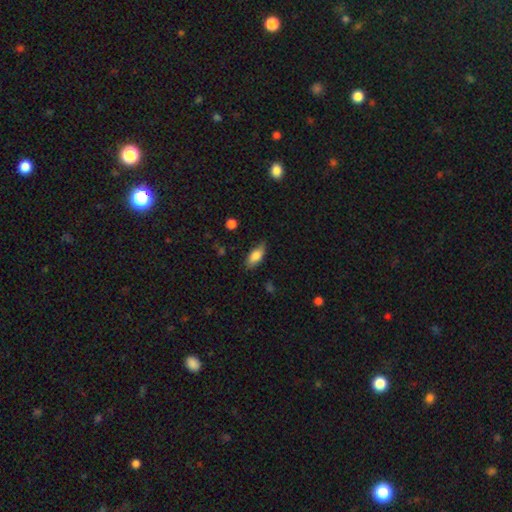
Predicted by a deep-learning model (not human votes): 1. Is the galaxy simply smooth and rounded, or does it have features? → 79% smooth, 14% featured or disk, 7% star or artifact.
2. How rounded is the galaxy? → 85% in between, 13% cigar-shaped, 3% round.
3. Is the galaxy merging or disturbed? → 70% none, 24% minor disturbance, 4% major disturbance, 1% merger.